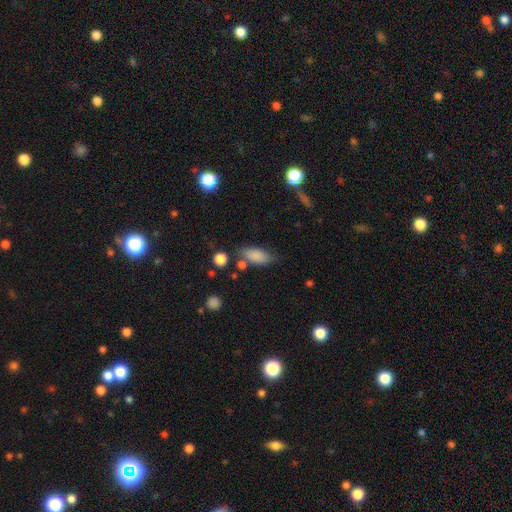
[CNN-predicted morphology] Q: Smooth or featured?
A: smooth (84%); runner-up: star or artifact (8%)
Q: How rounded?
A: in between (84%); runner-up: cigar-shaped (12%)
Q: Merging?
A: none (66%); runner-up: minor disturbance (19%)